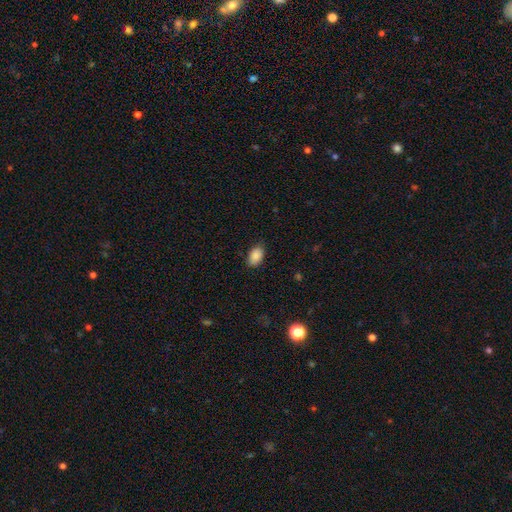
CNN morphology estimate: Overall: smooth (88%). How rounded: in between (90%). Merging: none (83%).